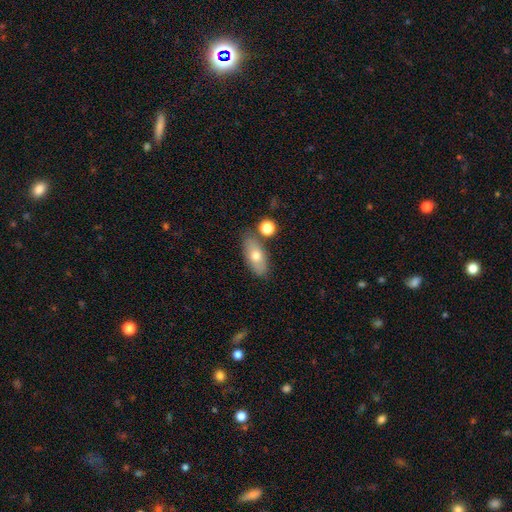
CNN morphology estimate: Overall: smooth (69%). How rounded: in between (85%). Merging: none (74%).